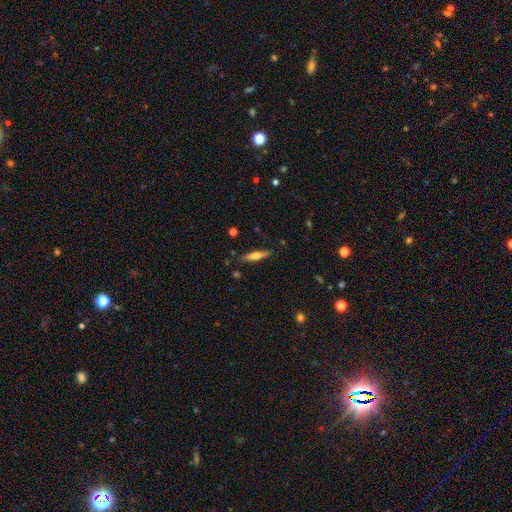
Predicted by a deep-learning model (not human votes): Smooth or featured? Predicted: featured or disk (p=0.49). Merging? Predicted: none (p=0.85).